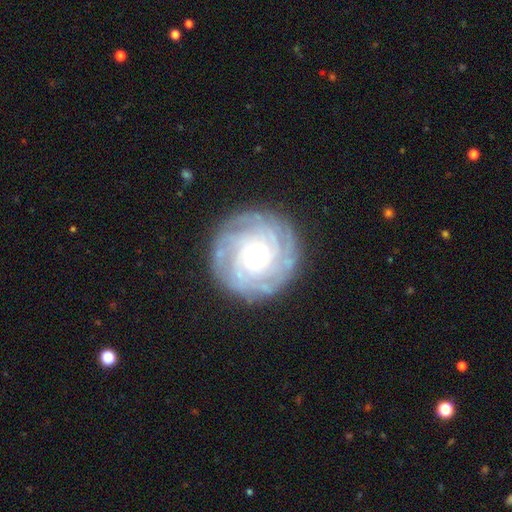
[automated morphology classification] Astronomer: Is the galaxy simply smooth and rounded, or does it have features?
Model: featured or disk — 85%.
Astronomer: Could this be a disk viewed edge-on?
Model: no — 98%.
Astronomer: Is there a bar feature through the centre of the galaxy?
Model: no — 76%.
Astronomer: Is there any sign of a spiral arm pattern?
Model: yes — 96%.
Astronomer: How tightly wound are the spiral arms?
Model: tight — 81%.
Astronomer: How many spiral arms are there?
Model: can't tell — 30% (runner-up: more than 4, 22%).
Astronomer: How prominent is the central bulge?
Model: moderate — 52% (runner-up: small, 39%).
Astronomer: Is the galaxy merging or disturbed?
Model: none — 85%.